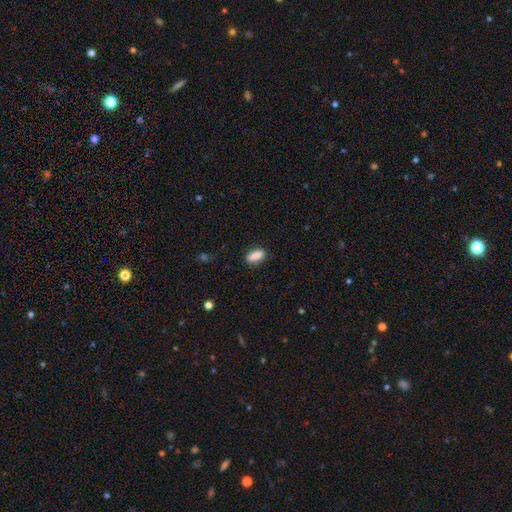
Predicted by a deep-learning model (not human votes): The model was most divided on "how rounded": in between: 70%, cigar-shaped: 26%, round: 4%. More confident: smooth or featured — smooth (86%); merging — none (85%).